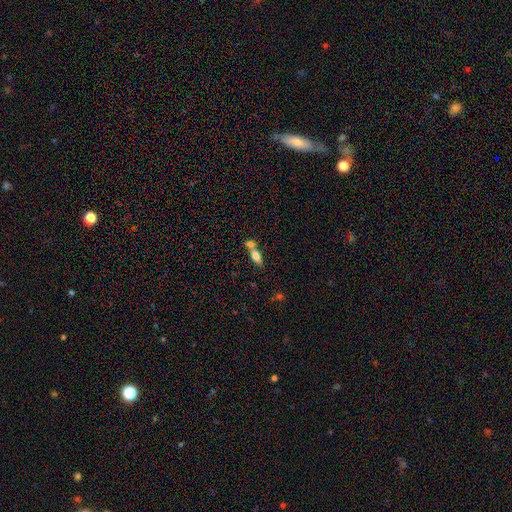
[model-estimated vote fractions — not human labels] Smooth or featured? Predicted: smooth (p=0.71). How rounded? Predicted: in between (p=0.76). Merging? Predicted: merger (p=0.52).